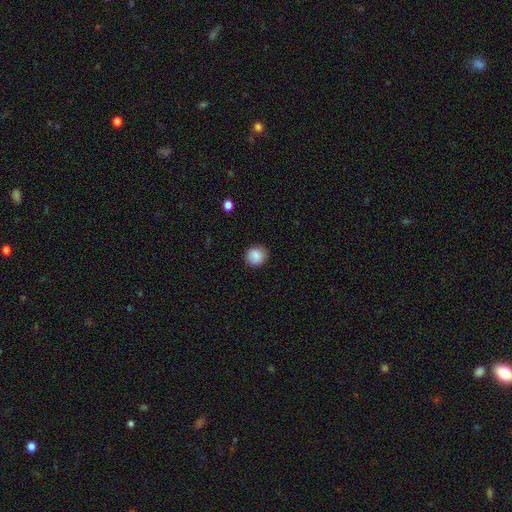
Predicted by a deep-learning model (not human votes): Smooth or featured? Predicted: smooth (p=0.88). How rounded? Predicted: round (p=0.89). Merging? Predicted: none (p=0.89).